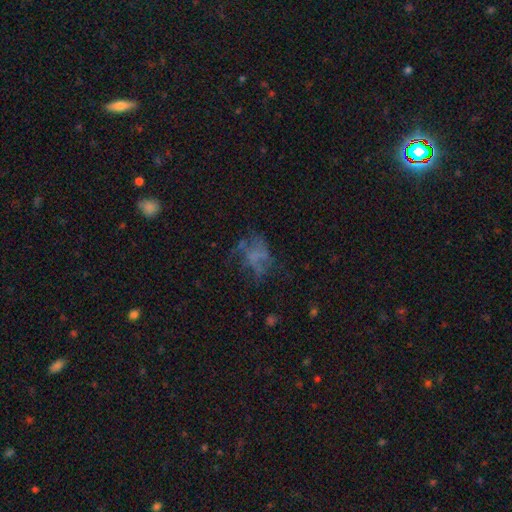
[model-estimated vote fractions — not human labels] The model was most divided on "merging": none: 43%, major disturbance: 35%, minor disturbance: 18%, merger: 4%. Remaining: smooth or featured — featured or disk (45%).